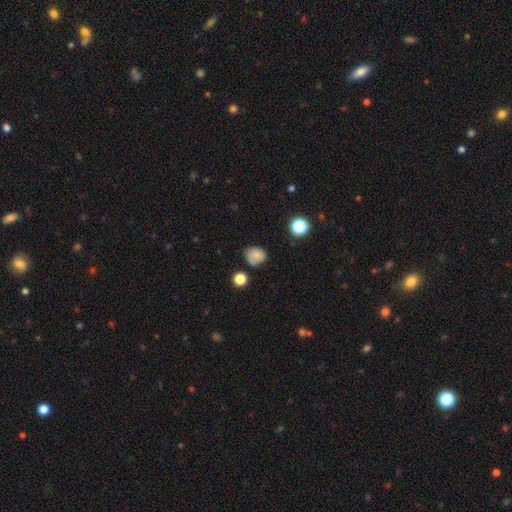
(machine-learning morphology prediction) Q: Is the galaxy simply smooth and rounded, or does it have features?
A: smooth — 75%.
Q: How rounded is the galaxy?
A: round — 68%.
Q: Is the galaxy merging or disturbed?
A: none — 61%.